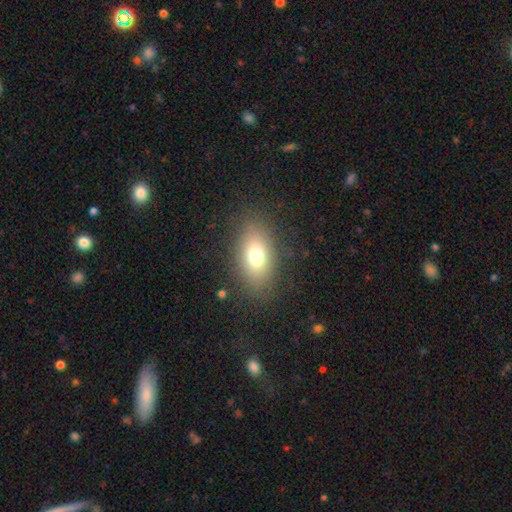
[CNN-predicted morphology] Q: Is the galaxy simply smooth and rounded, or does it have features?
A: smooth — 73%.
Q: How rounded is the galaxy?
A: in between — 84%.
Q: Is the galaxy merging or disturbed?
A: none — 83%.